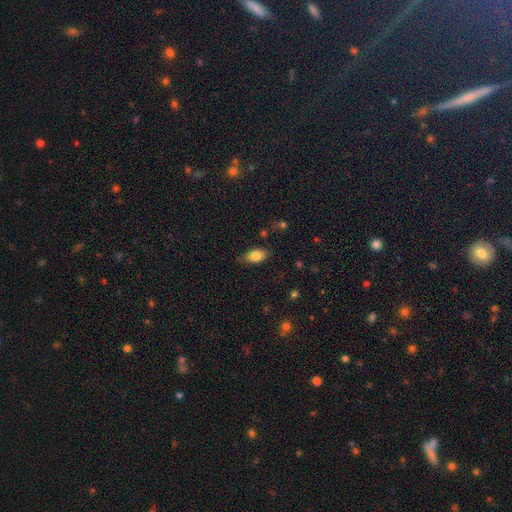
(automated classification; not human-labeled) smooth 81%, featured or disk 11%, star or artifact 8%. Down the decision tree: how rounded — in between (89%); merging — none (80%).